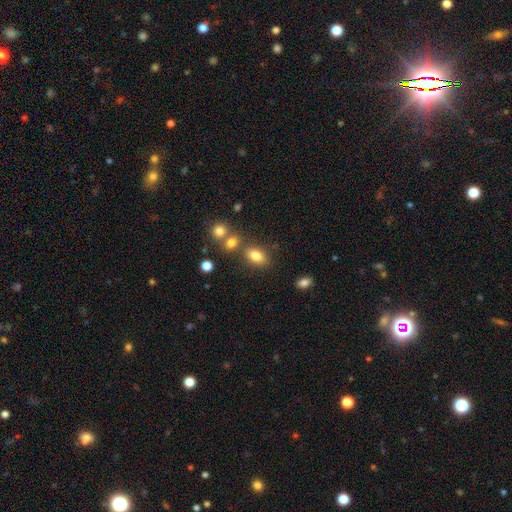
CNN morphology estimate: smooth-or-featured: smooth: 80% | star or artifact: 11% | featured or disk: 9%
  how-rounded: in between: 85% | round: 13% | cigar-shaped: 2%
  merging: none: 68% | merger: 16% | minor disturbance: 12% | major disturbance: 4%